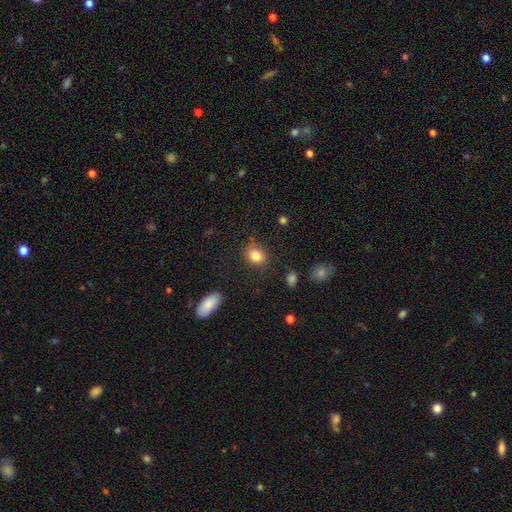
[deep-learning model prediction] A smooth galaxy with no disk features (84%) that is round (59%). Merging: none (79%).